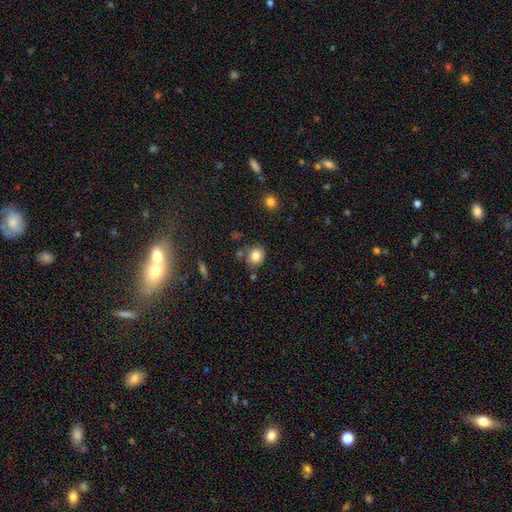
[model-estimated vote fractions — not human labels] Overall: smooth (82%). How rounded: round (63%; in between 36%). Merging: none (71%).